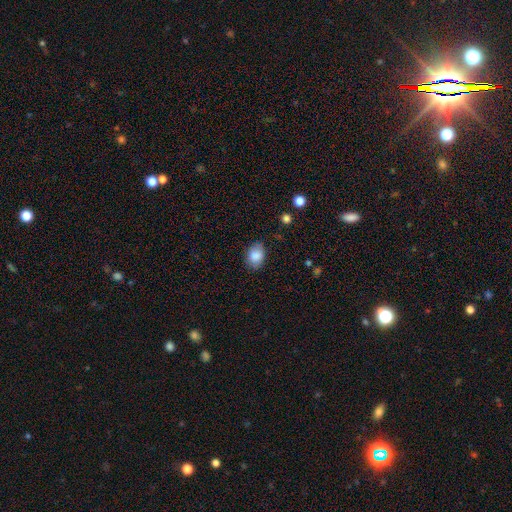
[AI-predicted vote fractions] This is clearly a smooth galaxy (86%). How rounded: likely in between (70%). Merging: likely none (78%).